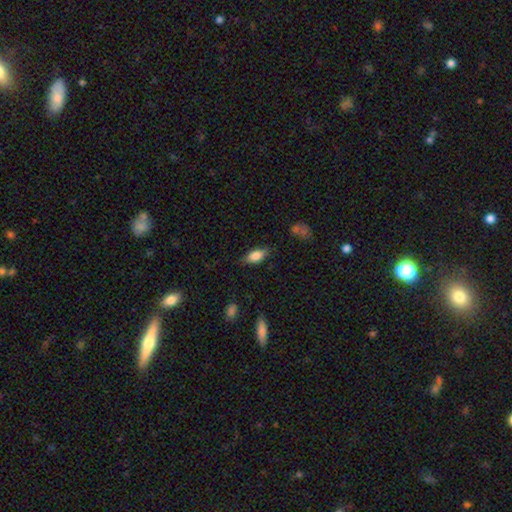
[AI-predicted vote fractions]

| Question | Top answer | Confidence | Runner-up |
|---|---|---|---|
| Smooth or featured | smooth | 79% | featured or disk (14%) |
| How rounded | in between | 84% | cigar-shaped (13%) |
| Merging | none | 78% | minor disturbance (16%) |